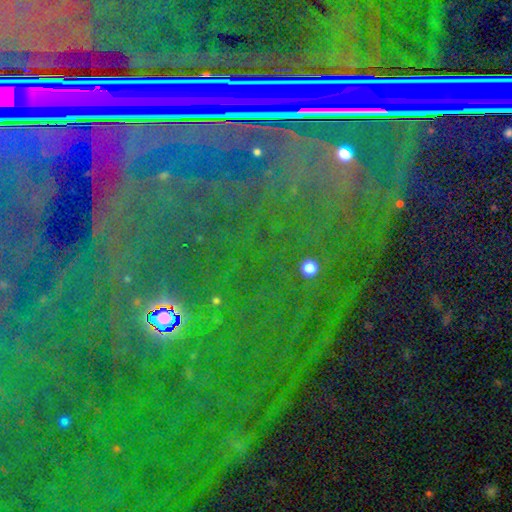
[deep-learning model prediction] Morphology: type=star or artifact (85%).